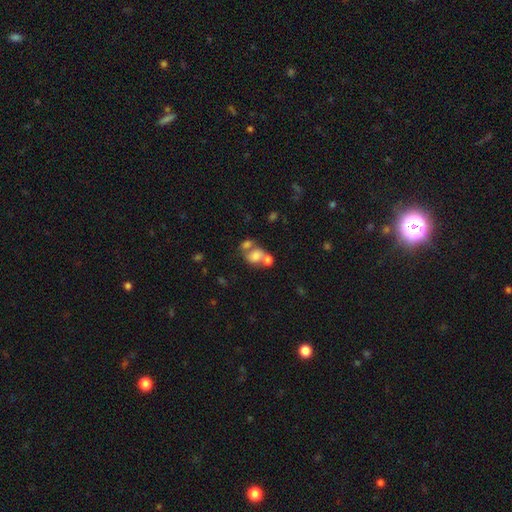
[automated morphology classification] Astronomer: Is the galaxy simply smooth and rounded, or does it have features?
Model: smooth — 68%.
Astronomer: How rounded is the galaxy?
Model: in between — 60% (runner-up: round, 39%).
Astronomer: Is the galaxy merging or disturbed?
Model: merger — 52% (runner-up: none, 28%).